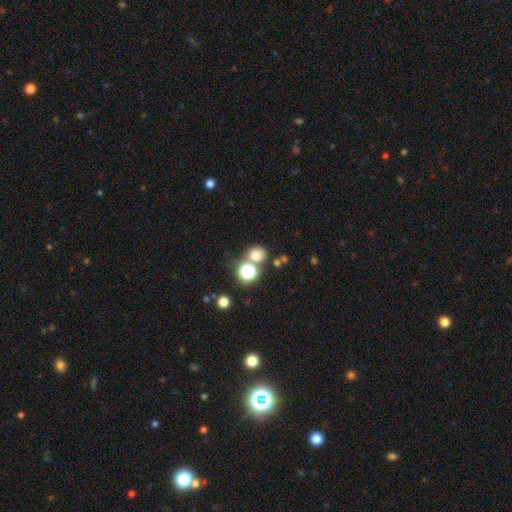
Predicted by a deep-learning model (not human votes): This appears to be a smooth galaxy with no disk features (72%) that is round (81%). Merging: none (61%).